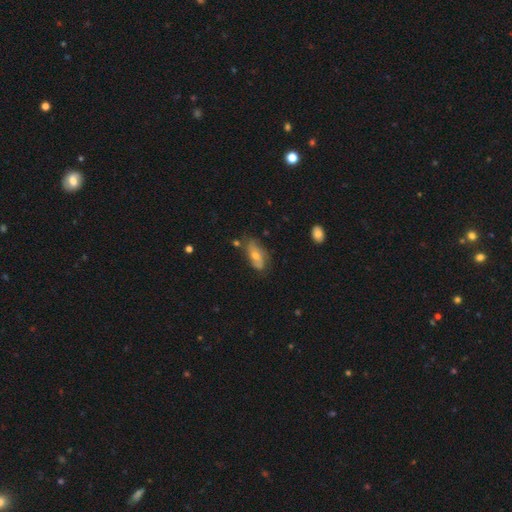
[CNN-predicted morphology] Smooth or featured: featured or disk — 52% (smooth — 37%)
Edge-on disk: no — 85% (yes — 15%)
Merging: none — 66% (minor disturbance — 23%)